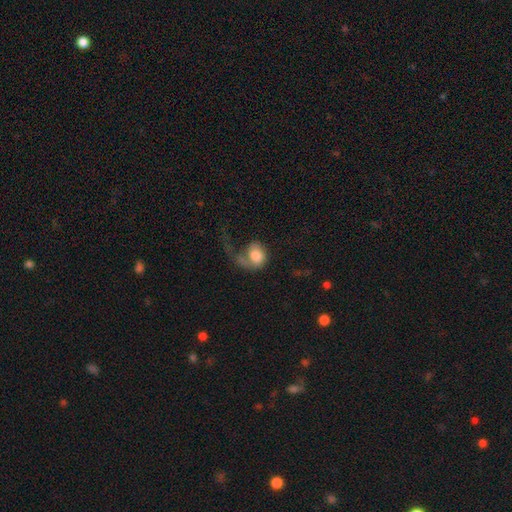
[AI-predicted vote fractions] smooth 56%, featured or disk 36%, star or artifact 8%. Down the decision tree: how rounded — round (50%); merging — major disturbance (59%).